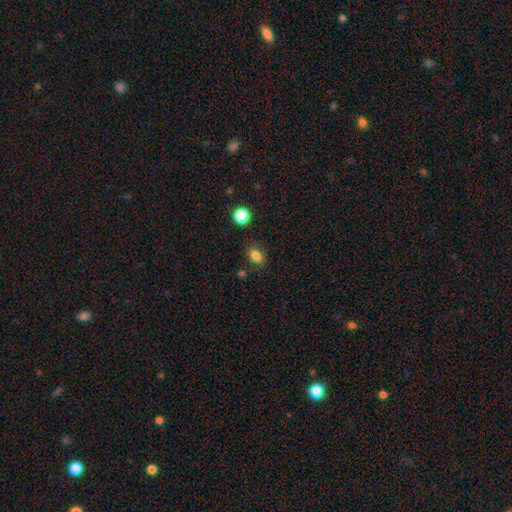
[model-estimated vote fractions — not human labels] Morphology: type=smooth (82%); roundness=in between (66%); merging=none (77%).